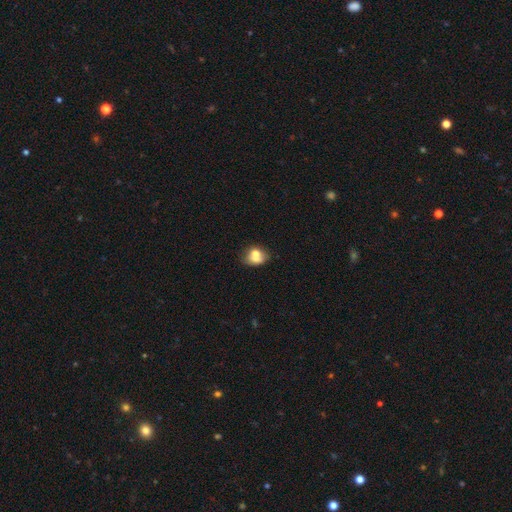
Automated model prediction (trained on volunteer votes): smooth-or-featured: smooth: 66% | featured or disk: 23% | star or artifact: 10%
  how-rounded: round: 49% (tied) | in between: 49% (tied) | cigar-shaped: 1%
  merging: merger: 39% | none: 36% | minor disturbance: 16% | major disturbance: 8%